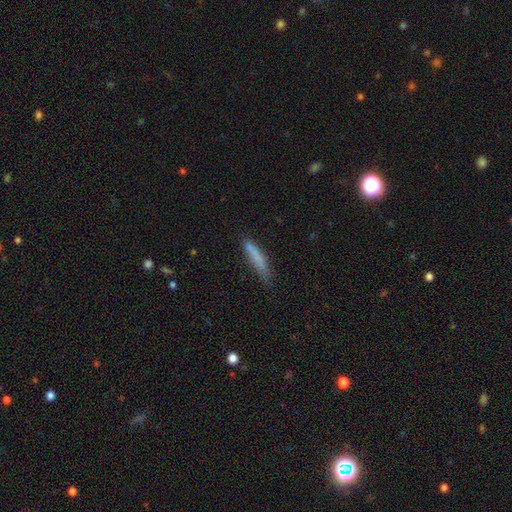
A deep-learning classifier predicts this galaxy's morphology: smooth 77%, featured or disk 16%, star or artifact 7%. Down the decision tree: how rounded — cigar-shaped (90%); merging — none (66%).